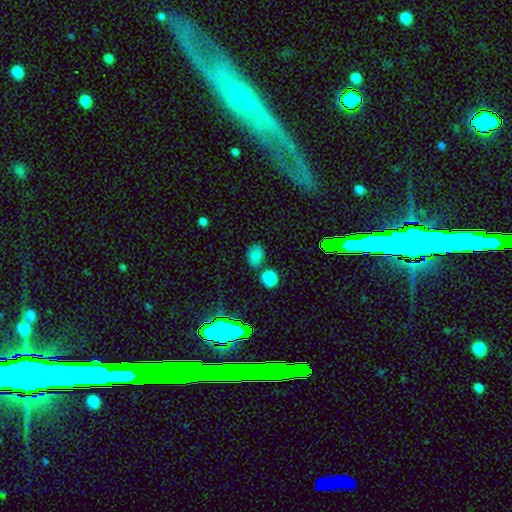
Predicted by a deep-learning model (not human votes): Smooth or featured? smooth (76%)
How rounded? in between (68%)
Merging? none (66%)